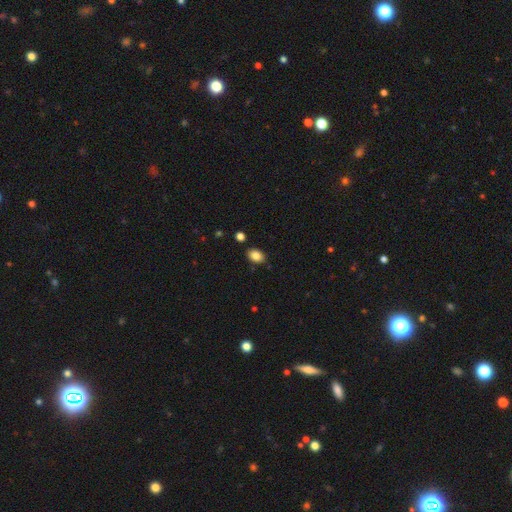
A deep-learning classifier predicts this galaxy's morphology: smooth_or_featured: smooth (p=0.84) [alt: star or artifact p=0.09]
how_rounded: in between (p=0.80) [alt: round p=0.19]
merging: none (p=0.85) [alt: minor disturbance p=0.10]